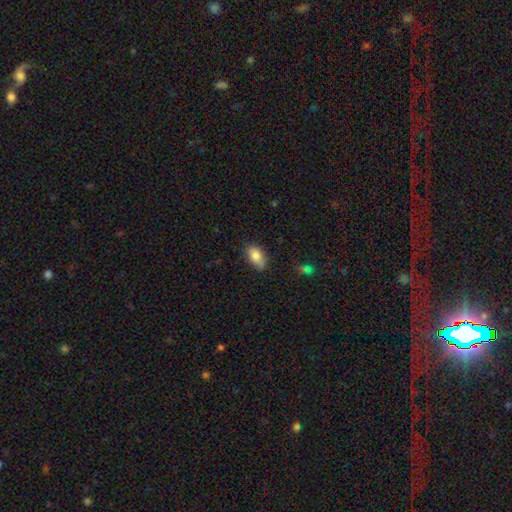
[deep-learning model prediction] Smooth or featured: smooth — 82% (featured or disk — 10%)
How rounded: in between — 90% (round — 7%)
Merging: none — 70% (minor disturbance — 24%)